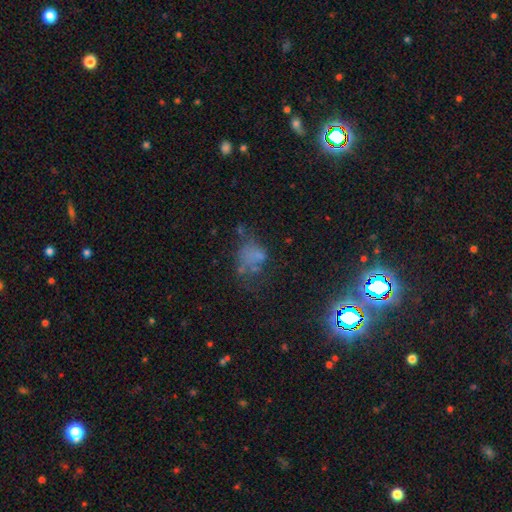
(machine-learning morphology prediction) smooth-or-featured: smooth: 45% | star or artifact: 29% | featured or disk: 26%
  merging: none: 39% | major disturbance: 28% | minor disturbance: 21% | merger: 11%